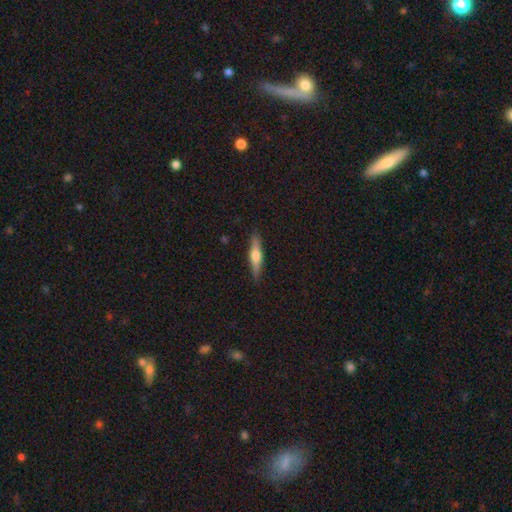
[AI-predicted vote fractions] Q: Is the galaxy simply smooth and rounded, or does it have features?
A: featured or disk — 54%.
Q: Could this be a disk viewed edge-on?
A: yes — 96%.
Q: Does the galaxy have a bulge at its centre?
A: rounded — 89%.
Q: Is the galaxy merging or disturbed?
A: none — 89%.